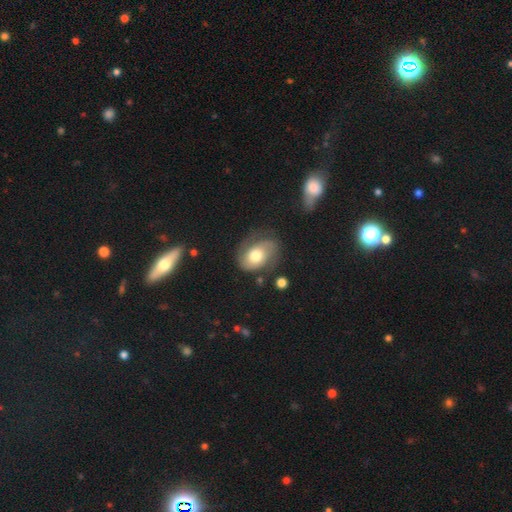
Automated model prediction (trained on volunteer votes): This is possibly a featured or disk galaxy (57%). It is clearly not viewed edge-on (96%). Bar: likely no (73%). Spiral arm pattern: clearly yes (80%). Central bulge: likely moderate (62%). Merging: possibly none (56%).